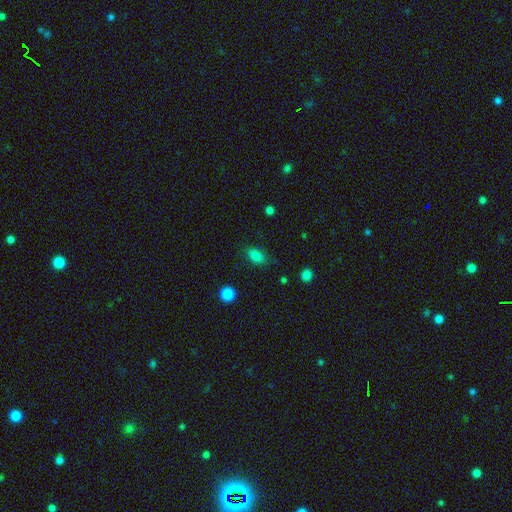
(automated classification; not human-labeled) Overall: smooth (85%). How rounded: in between (86%). Merging: none (79%).